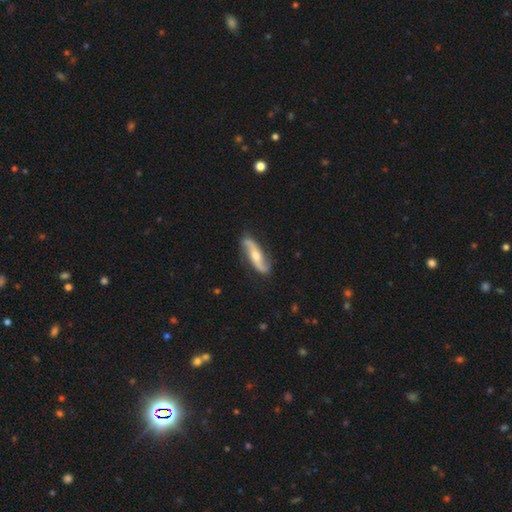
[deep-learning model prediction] Smooth or featured? featured or disk (79%)
Edge-on disk? no (84%)
Bar? no (51%)
Spiral arms? yes (95%)
Spiral winding? loose (70%)
Spiral arm count? 2 (93%)
Bulge size? moderate (62%)
Merging? none (82%)